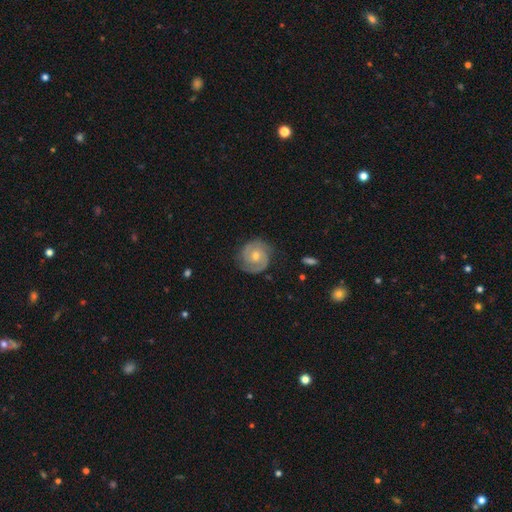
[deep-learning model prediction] Smooth or featured?
  - featured or disk: 82% *
  - smooth: 12%
  - star or artifact: 6%
Edge-on disk?
  - no: 98% *
  - yes: 2%
Bar?
  - no: 70% *
  - weak: 25%
  - strong: 5%
Spiral arms?
  - yes: 95% *
  - no: 5%
Spiral winding?
  - tight: 62% *
  - medium: 31%
  - loose: 7%
Spiral arm count?
  - 2: 82% *
  - can't tell: 8%
  - 3: 5%
  - 1: 3%
  - 4: 2%
  - more than 4: 2%
Bulge size?
  - moderate: 60% *
  - small: 37%
  - large: 2%
  - none: 1%
  - dominant: 1%
Merging?
  - none: 83% *
  - minor disturbance: 12%
  - major disturbance: 4%
  - merger: 1%